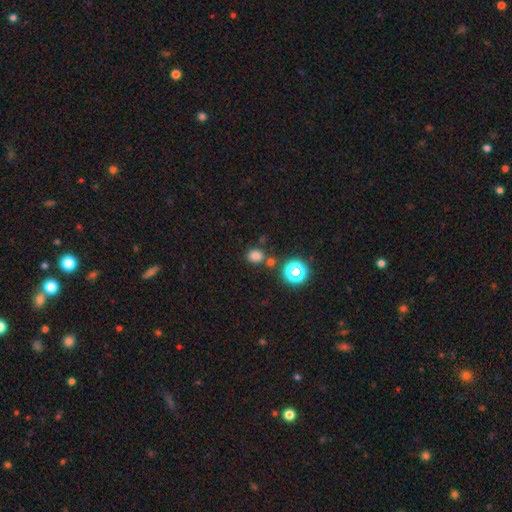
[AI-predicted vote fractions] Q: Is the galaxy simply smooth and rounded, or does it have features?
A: smooth — 77%.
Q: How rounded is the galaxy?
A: round — 55%.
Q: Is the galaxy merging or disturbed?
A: none — 74%.